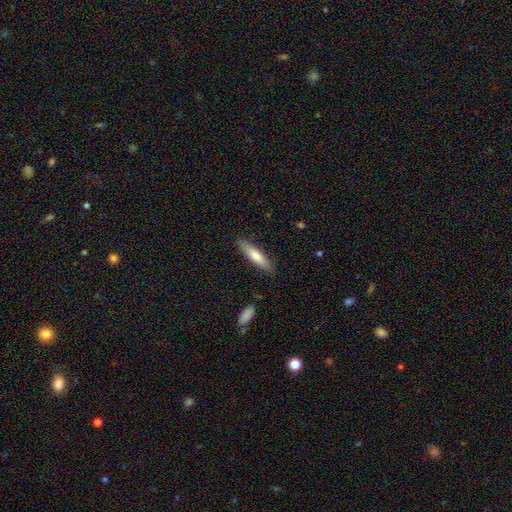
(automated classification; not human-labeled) smooth-or-featured: smooth: 71% | featured or disk: 23% | star or artifact: 5%
  how-rounded: cigar-shaped: 79% | in between: 20% | round: 1%
  merging: none: 86% | minor disturbance: 10% | major disturbance: 2% | merger: 2%